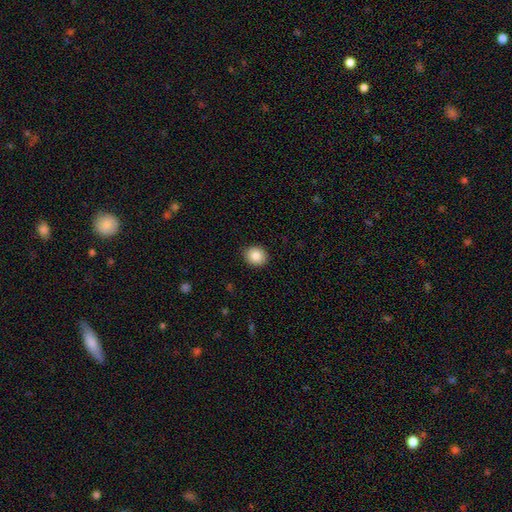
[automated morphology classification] type=smooth (86%); roundness=round (73%); merging=none (90%).